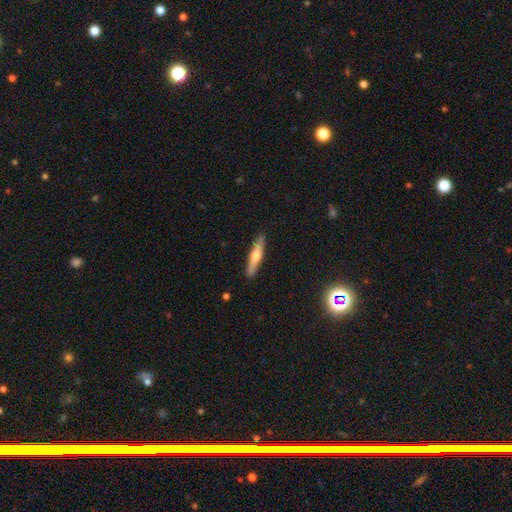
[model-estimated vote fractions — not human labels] featured or disk 52%, smooth 42%, star or artifact 6%. Down the decision tree: edge-on disk — yes (95%); merging — none (90%).